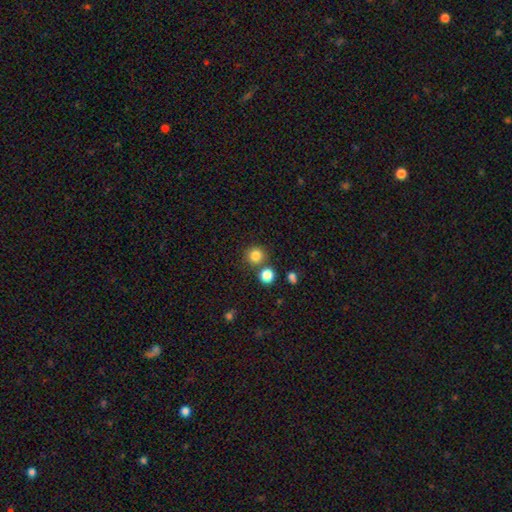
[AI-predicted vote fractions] A smooth galaxy with no disk features (82%) that is round (93%).

Vote fractions:
- Smooth or featured? smooth: 82% / star or artifact: 13% / featured or disk: 5%
- How rounded? round: 93% / in between: 7% / cigar-shaped: 1%
- Merging? none: 76% / merger: 14% / minor disturbance: 7% / major disturbance: 3%